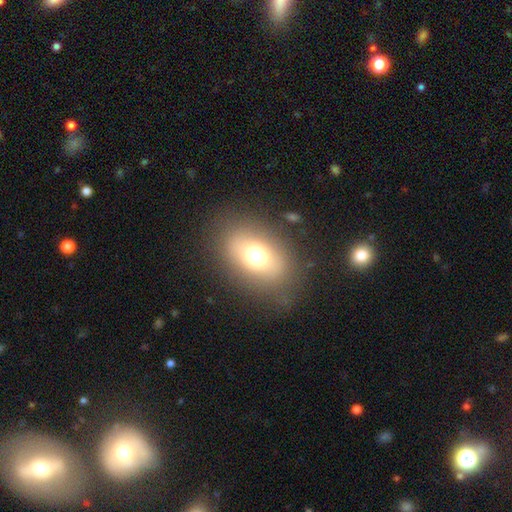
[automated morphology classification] Smooth or featured: smooth — 68% (featured or disk — 18%)
How rounded: in between — 72% (round — 26%)
Merging: none — 80% (minor disturbance — 12%)